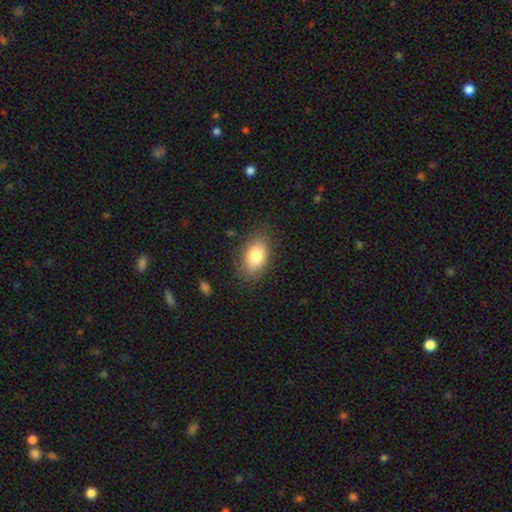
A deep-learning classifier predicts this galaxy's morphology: This is clearly a smooth galaxy (80%). How rounded: clearly in between (89%). Merging: clearly none (83%).